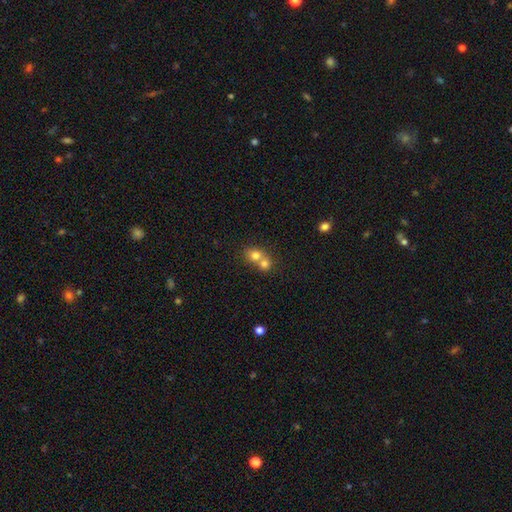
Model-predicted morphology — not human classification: A smooth galaxy with no disk features (74%) that is round (75%).

Vote fractions:
- Smooth or featured? smooth: 74% / featured or disk: 14% / star or artifact: 12%
- How rounded? round: 75% / in between: 24% / cigar-shaped: 1%
- Merging? merger: 66% / none: 28% / minor disturbance: 4% / major disturbance: 2%